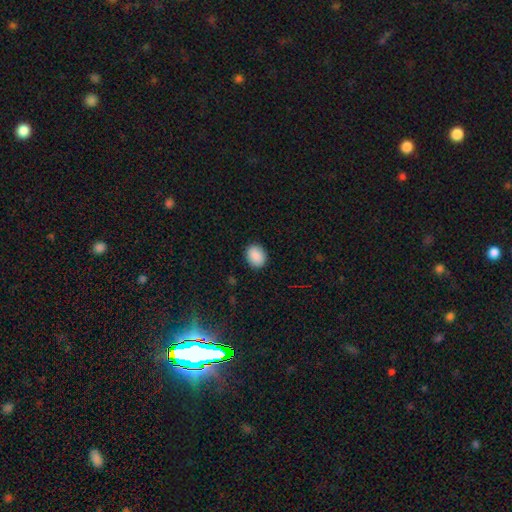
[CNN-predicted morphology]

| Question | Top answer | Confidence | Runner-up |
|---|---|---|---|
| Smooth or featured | smooth | 90% | star or artifact (7%) |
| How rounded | in between | 61% | round (38%) |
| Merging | none | 89% | minor disturbance (8%) |